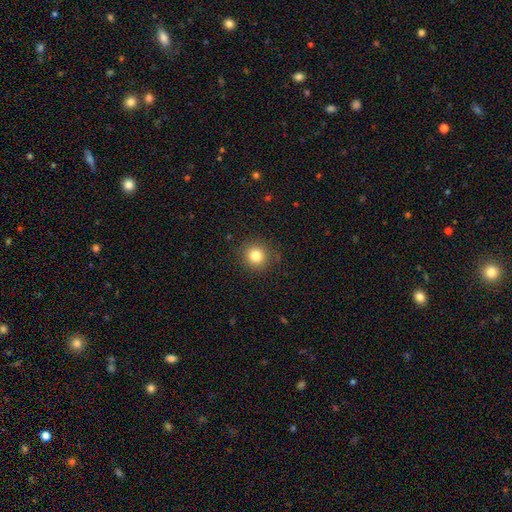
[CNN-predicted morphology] The model was most divided on "smooth or featured": smooth: 82%, star or artifact: 12%, featured or disk: 6%. More confident: how rounded — round (92%); merging — none (89%).